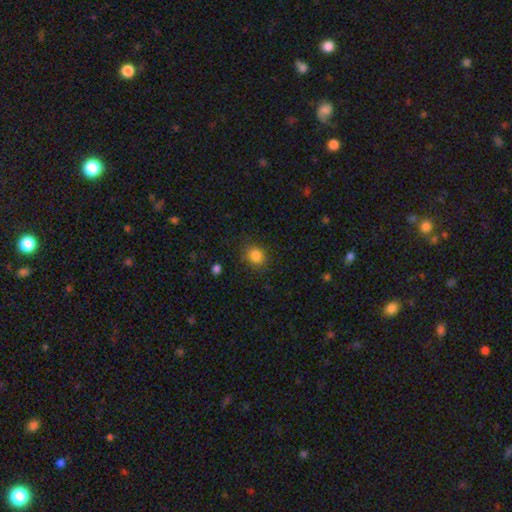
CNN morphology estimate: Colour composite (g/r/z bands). It shows a smooth galaxy with no disk features (84%) that is round (68%). Merging: none (83%).